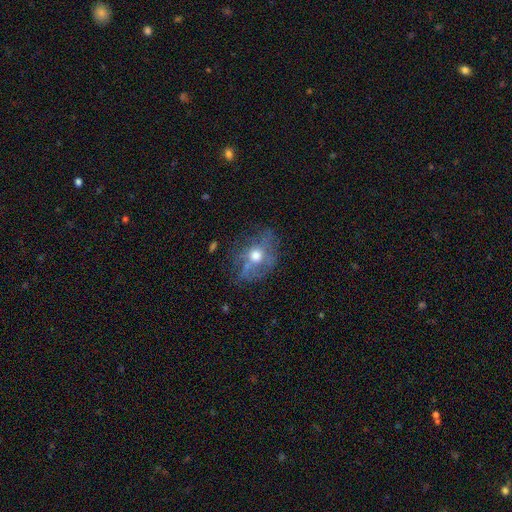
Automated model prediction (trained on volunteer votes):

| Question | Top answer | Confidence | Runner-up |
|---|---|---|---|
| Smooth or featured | featured or disk | 54% | smooth (34%) |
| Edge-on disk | no | 91% | yes (9%) |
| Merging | none | 53% | minor disturbance (22%) |